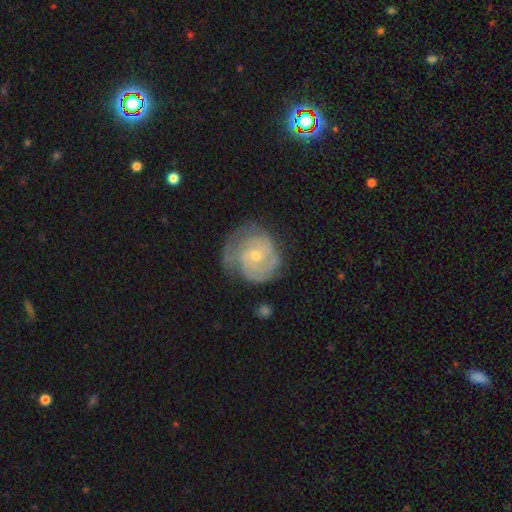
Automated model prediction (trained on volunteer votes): smooth-or-featured: featured or disk: 81% | smooth: 14% | star or artifact: 5%
  disk-edge-on: no: 98% | yes: 2%
    bar: no: 71% | weak: 25% | strong: 4%
    has-spiral-arms: yes: 94% | no: 6%
      spiral-winding: tight: 69% | medium: 25% | loose: 6%
      spiral-arm-count: 2: 29% (tied) | can't tell: 29% (tied) | 3: 24% | 4: 7% | 1: 6% | more than 4: 5%
    bulge-size: small: 68% | moderate: 29% | none: 1% | large: 1% | dominant: 1%
  merging: none: 59% | minor disturbance: 27% | major disturbance: 13% | merger: 2%